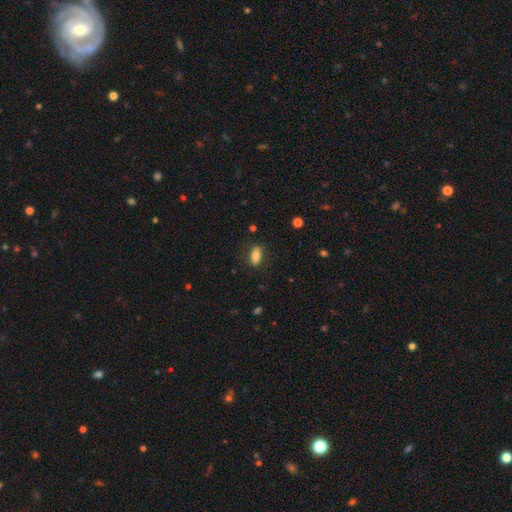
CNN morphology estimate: smooth-or-featured: smooth: 80% | featured or disk: 12% | star or artifact: 8%
  how-rounded: in between: 80% | cigar-shaped: 15% | round: 4%
  merging: none: 80% | minor disturbance: 14% | major disturbance: 4% | merger: 1%